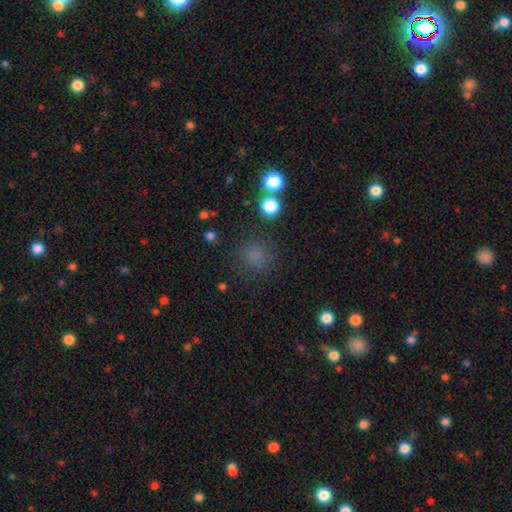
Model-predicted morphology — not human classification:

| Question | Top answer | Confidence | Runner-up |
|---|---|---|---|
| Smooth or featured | smooth | 76% | star or artifact (19%) |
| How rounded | round | 90% | in between (9%) |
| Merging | none | 82% | minor disturbance (10%) |